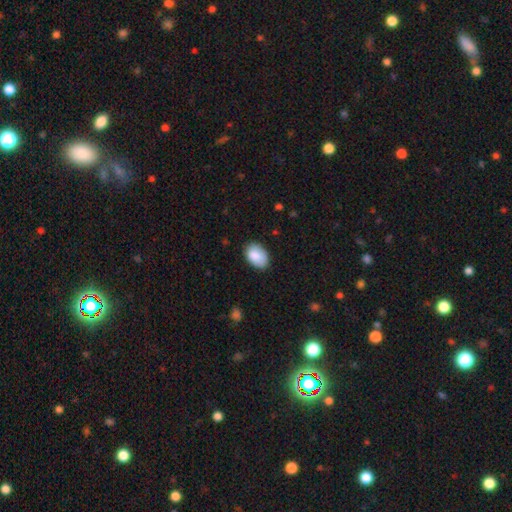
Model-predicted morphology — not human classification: Smooth or featured? Predicted: smooth (p=0.88). How rounded? Predicted: in between (p=0.88). Merging? Predicted: none (p=0.80).